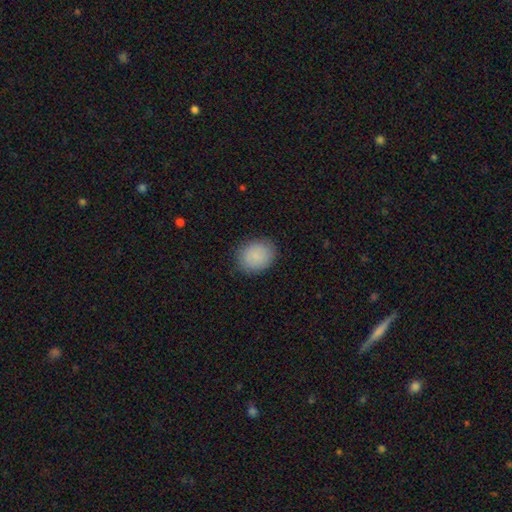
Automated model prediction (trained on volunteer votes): This appears to be a smooth galaxy with no disk features (87%) that is round (53%). Merging: none (85%).